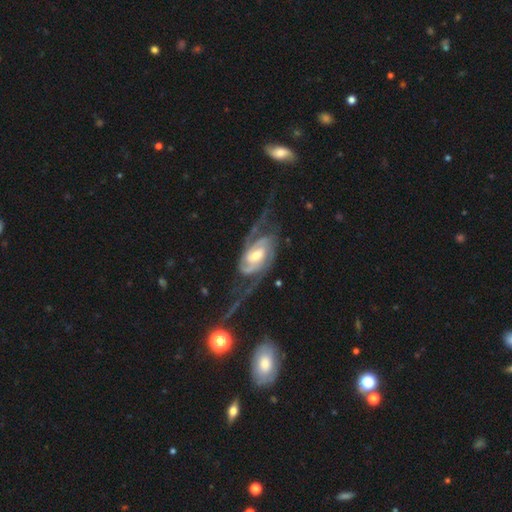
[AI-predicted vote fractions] Smooth or featured? featured or disk (91%)
Edge-on disk? no (97%)
Bar? weak (47%)
Spiral arms? yes (98%)
Spiral winding? medium (44%)
Spiral arm count? 2 (74%)
Bulge size? moderate (62%)
Merging? none (57%)